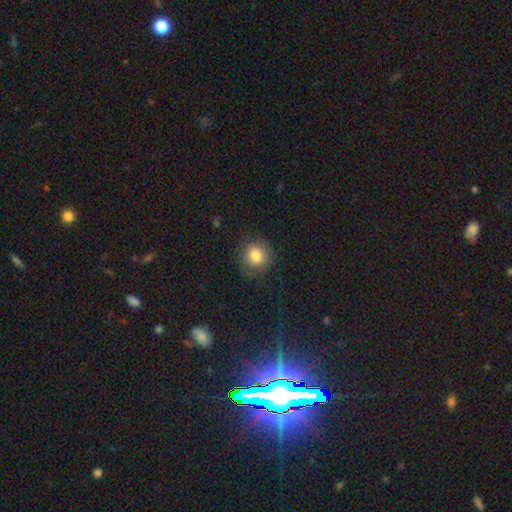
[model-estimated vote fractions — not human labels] A smooth galaxy with no disk features (82%) that is round (90%).

Vote fractions:
- Smooth or featured? smooth: 82% / star or artifact: 11% / featured or disk: 7%
- How rounded? round: 90% / in between: 10% / cigar-shaped: 1%
- Merging? none: 85% / minor disturbance: 10% / major disturbance: 4% / merger: 1%